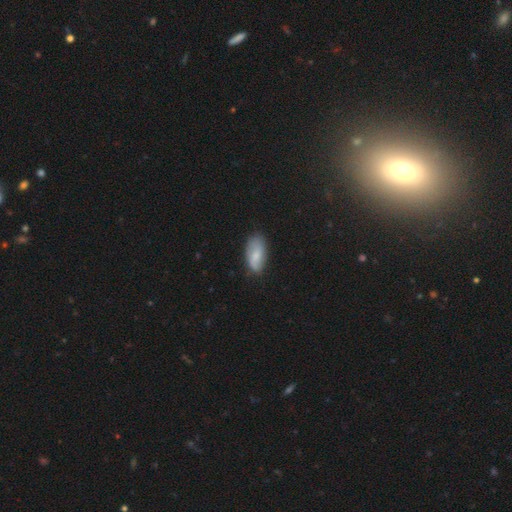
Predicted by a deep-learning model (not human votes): Smooth or featured? smooth (71%)
How rounded? in between (93%)
Merging? none (72%)